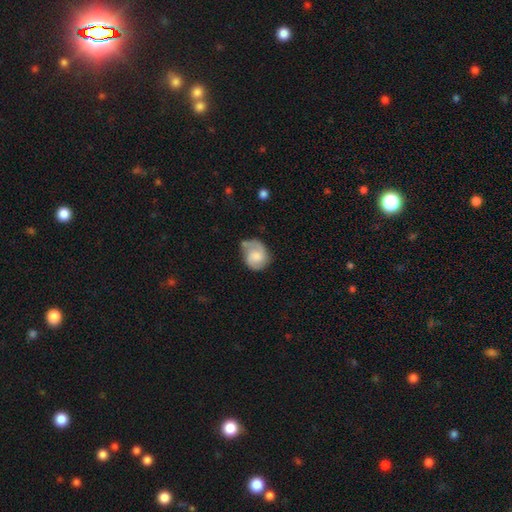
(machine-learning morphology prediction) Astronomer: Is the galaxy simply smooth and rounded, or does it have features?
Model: featured or disk — 56% (runner-up: smooth, 37%).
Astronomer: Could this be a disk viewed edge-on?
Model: no — 98%.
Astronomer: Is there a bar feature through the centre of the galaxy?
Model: no — 59% (runner-up: weak, 35%).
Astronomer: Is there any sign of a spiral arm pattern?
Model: yes — 88%.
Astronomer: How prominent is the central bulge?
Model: moderate — 36% (runner-up: small, 25%).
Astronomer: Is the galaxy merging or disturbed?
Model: none — 44% (runner-up: minor disturbance, 33%).